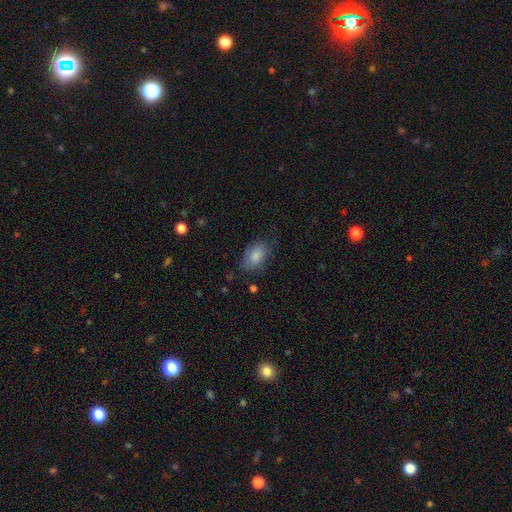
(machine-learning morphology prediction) type=smooth (83%); roundness=in between (90%); merging=none (68%).